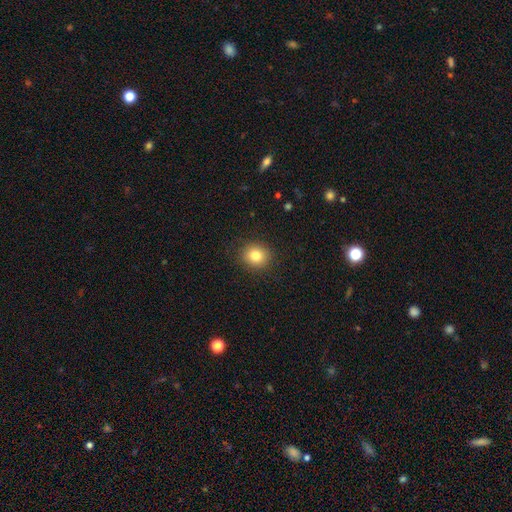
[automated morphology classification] Q: Smooth or featured?
A: smooth (82%); runner-up: star or artifact (11%)
Q: How rounded?
A: round (80%); runner-up: in between (19%)
Q: Merging?
A: none (90%); runner-up: minor disturbance (7%)